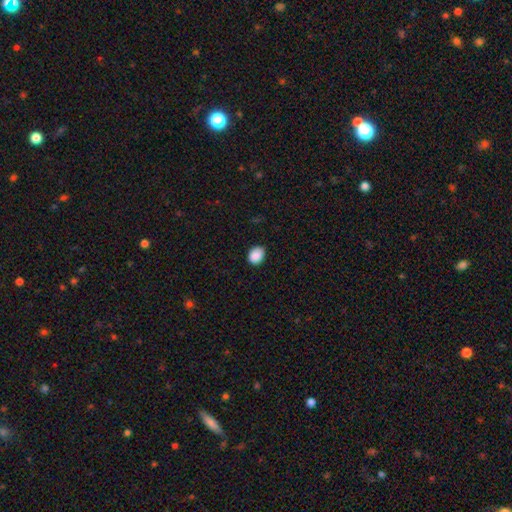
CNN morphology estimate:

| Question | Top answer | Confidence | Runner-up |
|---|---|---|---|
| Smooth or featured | smooth | 88% | star or artifact (8%) |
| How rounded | in between | 53% | round (47%) |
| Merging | none | 80% | minor disturbance (16%) |